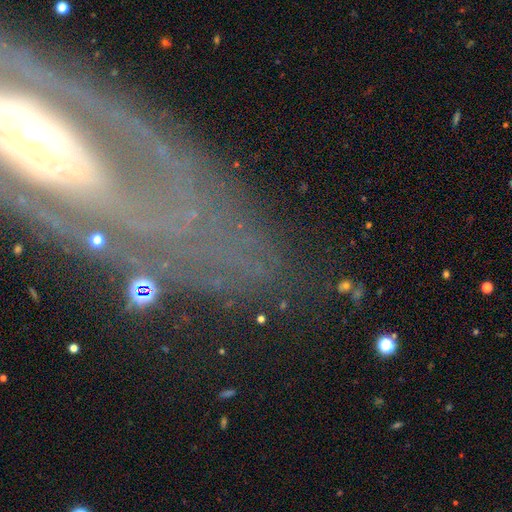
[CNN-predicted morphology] Smooth or featured? featured or disk (60%)
Edge-on disk? no (83%)
Bar? no (45%)
Spiral arms? yes (70%)
Bulge size? moderate (43%)
Merging? none (64%)